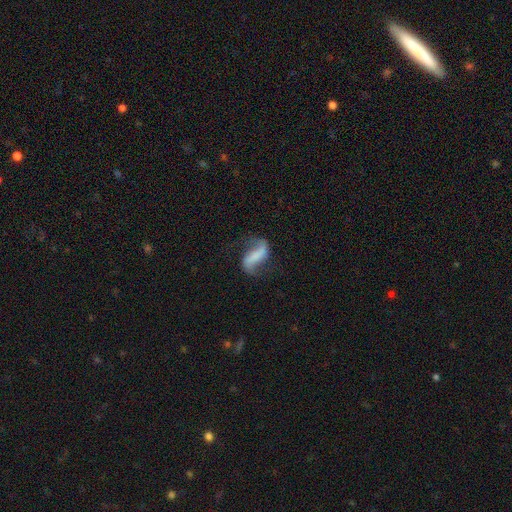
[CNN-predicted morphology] Smooth or featured? Predicted: featured or disk (p=0.72). Edge-on disk? Predicted: no (p=0.94). Bar? Predicted: strong (p=0.54). Spiral arms? Predicted: yes (p=0.92). Spiral winding? Predicted: loose (p=0.77). Spiral arm count? Predicted: 2 (p=0.91). Bulge size? Predicted: none (p=0.54). Merging? Predicted: none (p=0.67).